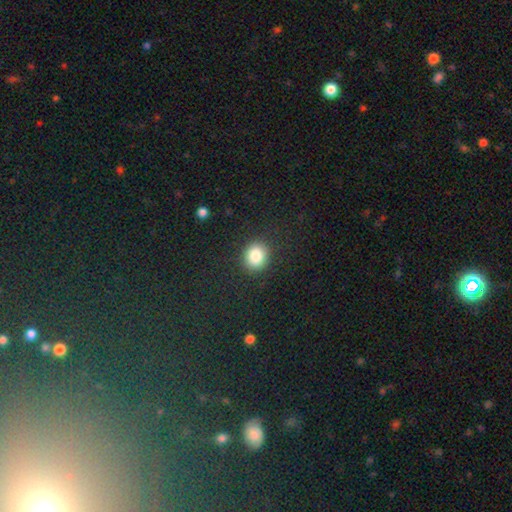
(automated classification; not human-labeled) This is clearly a smooth galaxy (85%). How rounded: likely round (74%). Merging: clearly none (88%).